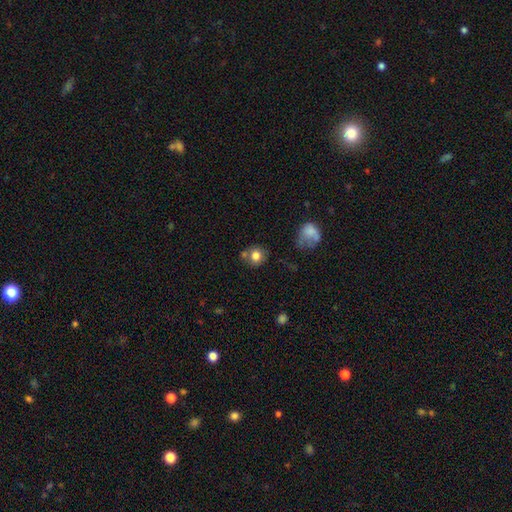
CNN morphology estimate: type=smooth (80%); roundness=round (82%); merging=none (64%).